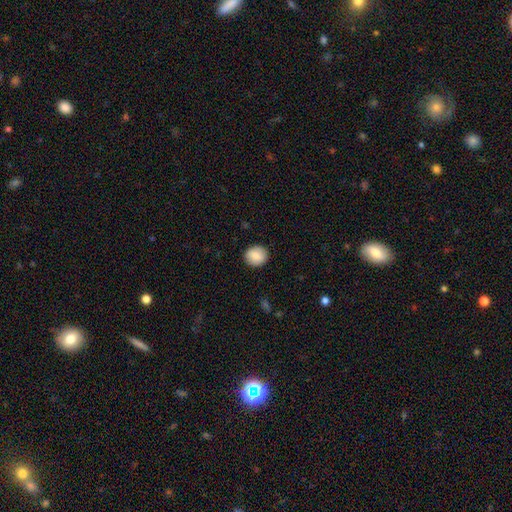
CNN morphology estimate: A smooth galaxy with no disk features (85%) that is round (81%). Merging: none (89%).